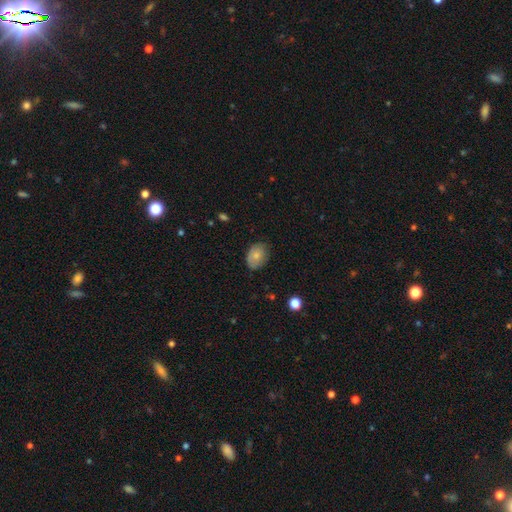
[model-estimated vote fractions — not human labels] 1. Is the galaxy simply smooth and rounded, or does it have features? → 75% smooth, 17% featured or disk, 8% star or artifact.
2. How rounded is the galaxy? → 79% in between, 20% round, 1% cigar-shaped.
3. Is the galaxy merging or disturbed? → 74% none, 21% minor disturbance, 4% major disturbance, 1% merger.